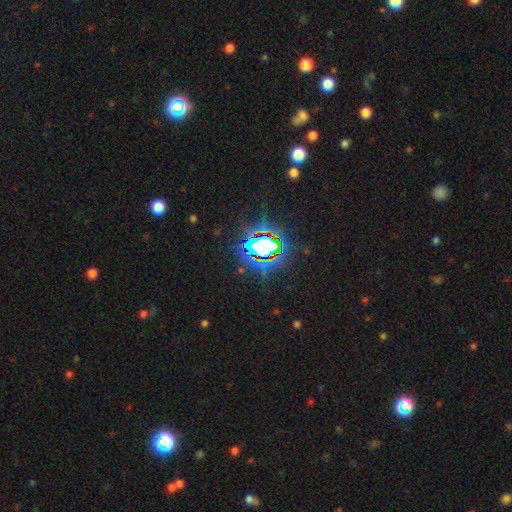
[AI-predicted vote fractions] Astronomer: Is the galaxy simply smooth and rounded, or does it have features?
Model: star or artifact — 84%.